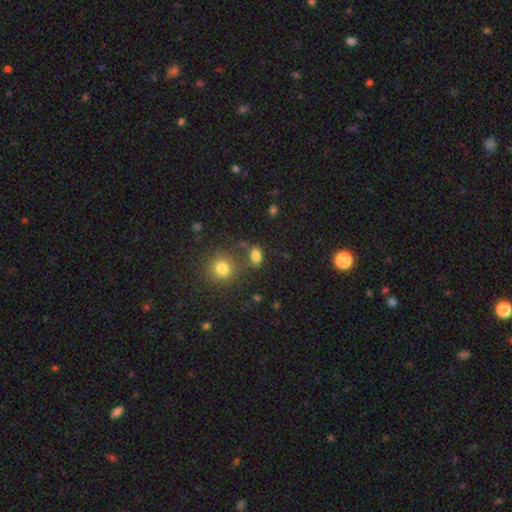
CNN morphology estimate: Smooth or featured?
  - smooth: 81% *
  - star or artifact: 13%
  - featured or disk: 6%
How rounded?
  - in between: 80% *
  - round: 17%
  - cigar-shaped: 3%
Merging?
  - none: 72% *
  - minor disturbance: 13%
  - merger: 10%
  - major disturbance: 5%